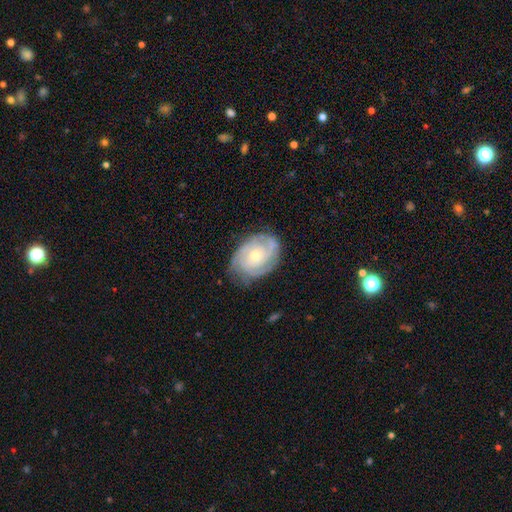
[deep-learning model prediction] Overall: featured or disk (84%). Edge-on disk: no (97%). Bar: no (76%). Spiral arms: yes (96%). Spiral arm count: 3 (29%; can't tell 27%). Spiral winding: tight (73%). Bulge size: small (57%; moderate 39%). Merging: none (74%).